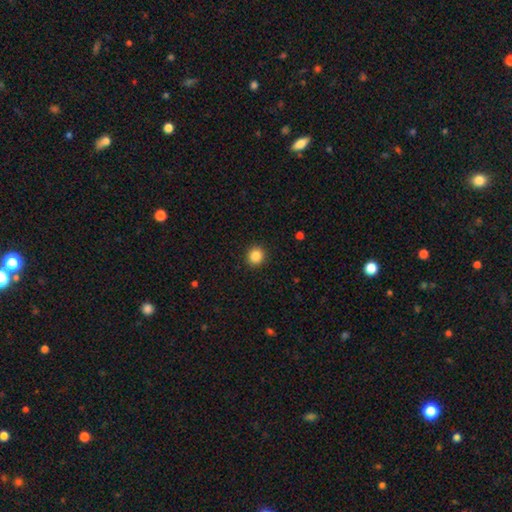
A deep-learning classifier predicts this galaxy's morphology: smooth 85%, star or artifact 11%, featured or disk 4%. Down the decision tree: how rounded — round (92%); merging — none (92%).